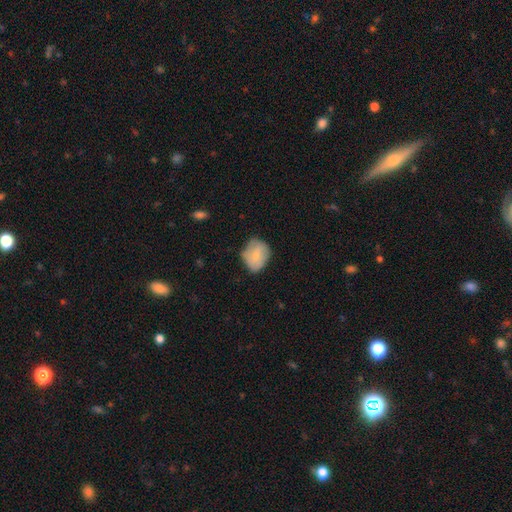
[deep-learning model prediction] A smooth galaxy with no disk features (75%) that is in between round and cigar-shaped (50%). Merging: none (59%).